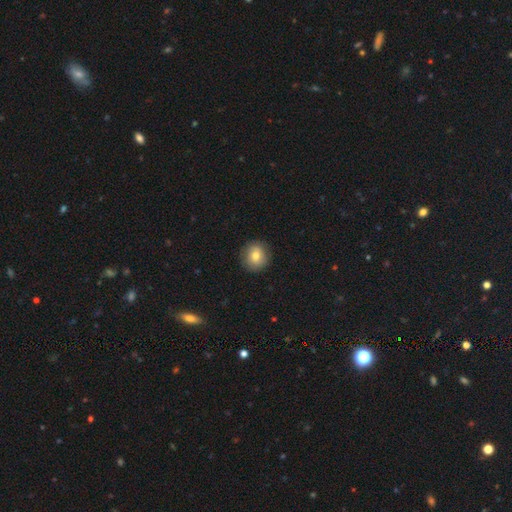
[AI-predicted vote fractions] This is likely a smooth galaxy (74%). How rounded: clearly round (87%). Merging: clearly none (87%).